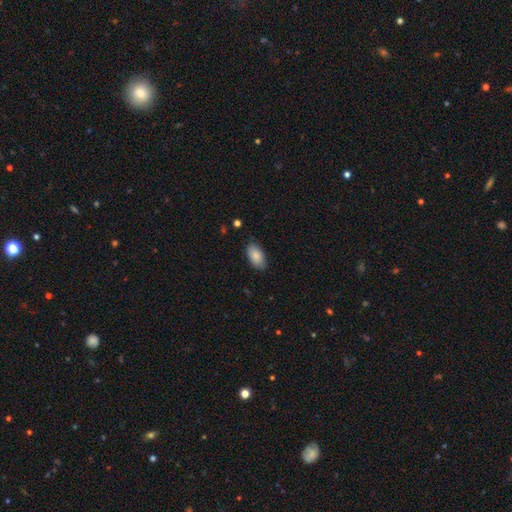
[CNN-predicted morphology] Smooth or featured?
  - smooth: 86% *
  - featured or disk: 7%
  - star or artifact: 7%
How rounded?
  - in between: 94% *
  - round: 4%
  - cigar-shaped: 2%
Merging?
  - none: 84% *
  - minor disturbance: 12%
  - major disturbance: 2%
  - merger: 1%